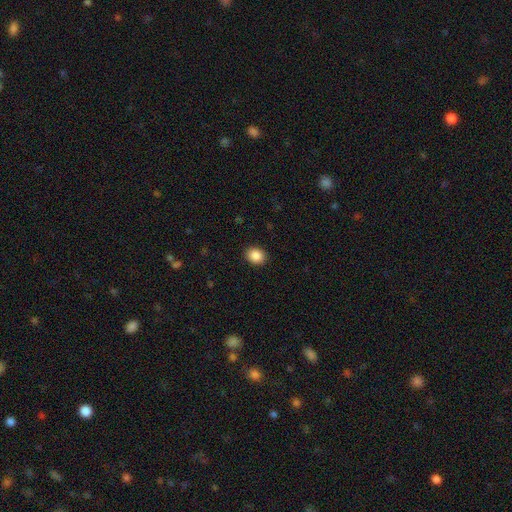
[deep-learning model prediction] Overall: smooth (88%). How rounded: round (58%; in between 41%). Merging: none (91%).